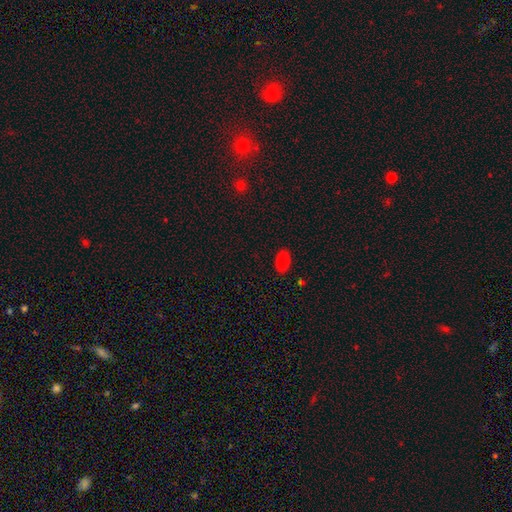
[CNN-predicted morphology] The model was most divided on "smooth or featured": smooth: 74%, star or artifact: 21%, featured or disk: 6%. More confident: how rounded — in between (88%); merging — none (84%).